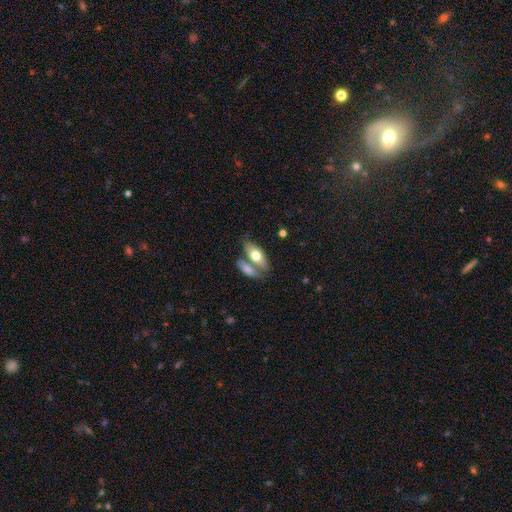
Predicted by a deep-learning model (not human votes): smooth_or_featured: smooth (p=0.69) [alt: featured or disk p=0.26]
how_rounded: in between (p=0.83) [alt: cigar-shaped p=0.13]
merging: merger (p=0.42) [tied with: none p=0.42]